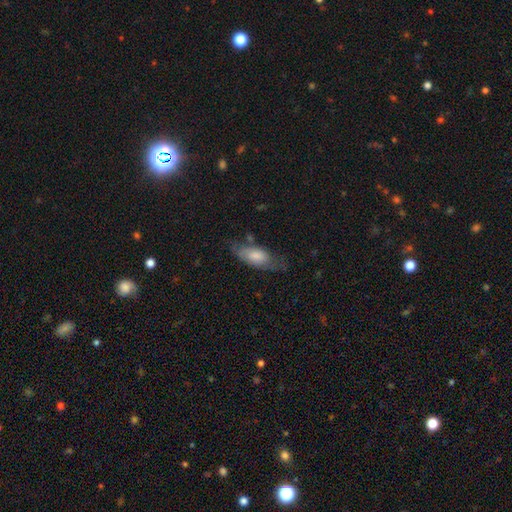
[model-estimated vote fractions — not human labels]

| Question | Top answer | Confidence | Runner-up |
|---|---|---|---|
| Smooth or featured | smooth | 70% | featured or disk (24%) |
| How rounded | in between | 81% | cigar-shaped (16%) |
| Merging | none | 51% | minor disturbance (31%) |